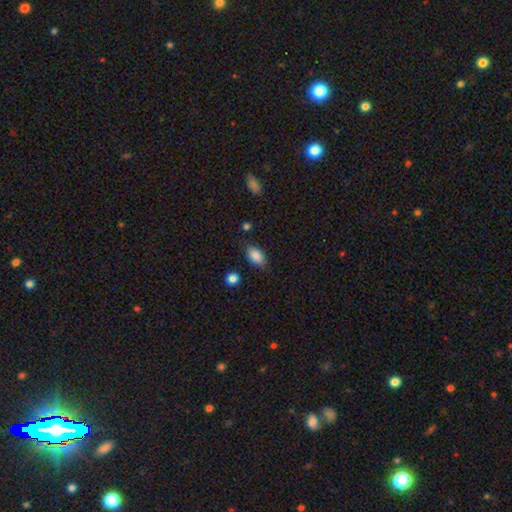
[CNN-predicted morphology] type=smooth (88%); roundness=in between (89%); merging=none (80%).